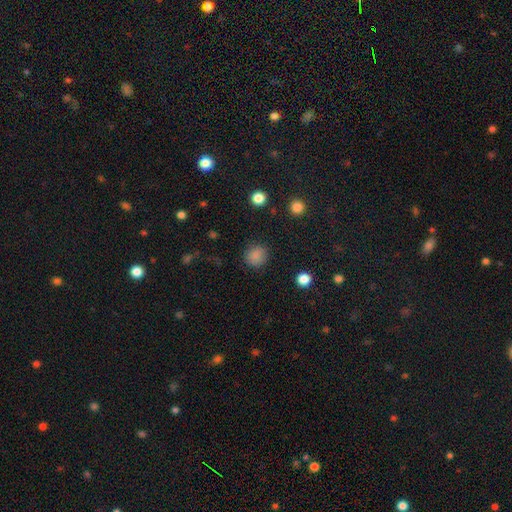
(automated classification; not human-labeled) smooth-or-featured: smooth: 85% | star or artifact: 12% | featured or disk: 3%
  how-rounded: round: 86% | in between: 13% | cigar-shaped: 1%
  merging: none: 86% | minor disturbance: 9% | major disturbance: 4% | merger: 1%